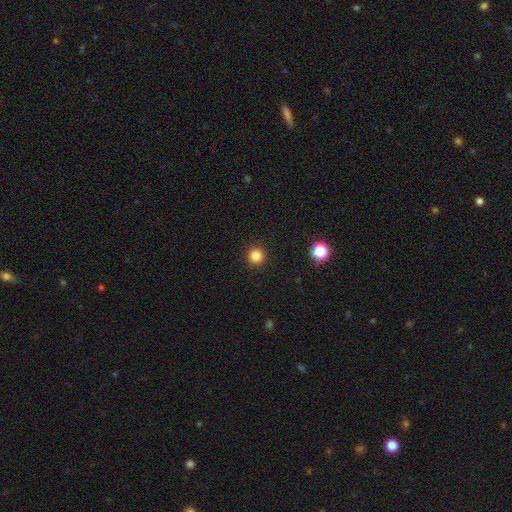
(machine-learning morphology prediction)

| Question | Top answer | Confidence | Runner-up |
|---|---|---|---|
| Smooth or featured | smooth | 83% | star or artifact (13%) |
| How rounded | round | 96% | in between (3%) |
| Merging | none | 93% | minor disturbance (4%) |